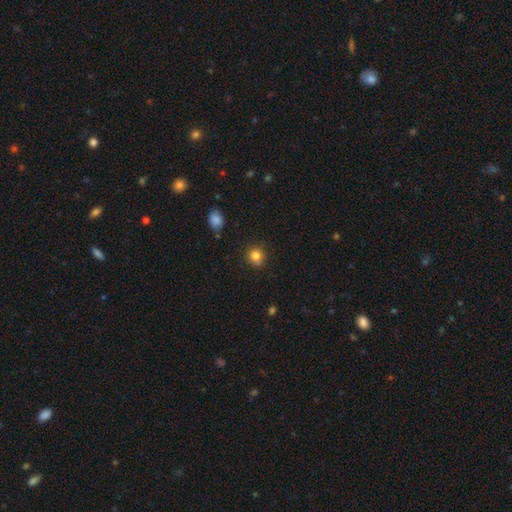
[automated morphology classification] smooth_or_featured: smooth (p=0.81) [alt: star or artifact p=0.12]
how_rounded: round (p=0.86) [alt: in between p=0.13]
merging: none (p=0.72) [alt: minor disturbance p=0.17]